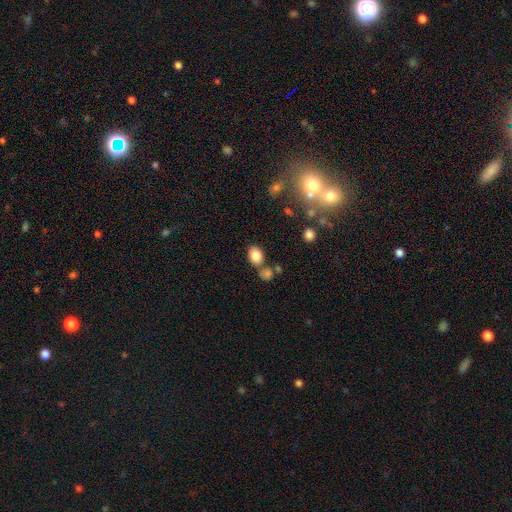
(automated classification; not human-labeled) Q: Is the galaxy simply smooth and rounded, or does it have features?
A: smooth — 83%.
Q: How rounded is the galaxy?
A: in between — 70%.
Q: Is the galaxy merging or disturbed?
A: none — 66%.